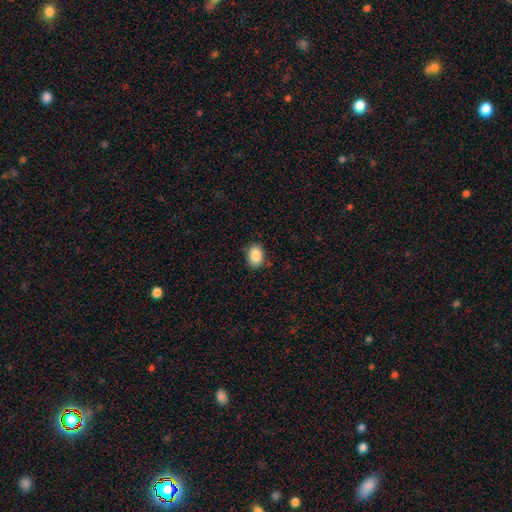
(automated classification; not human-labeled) Overall: smooth (87%). How rounded: in between (76%). Merging: none (82%).